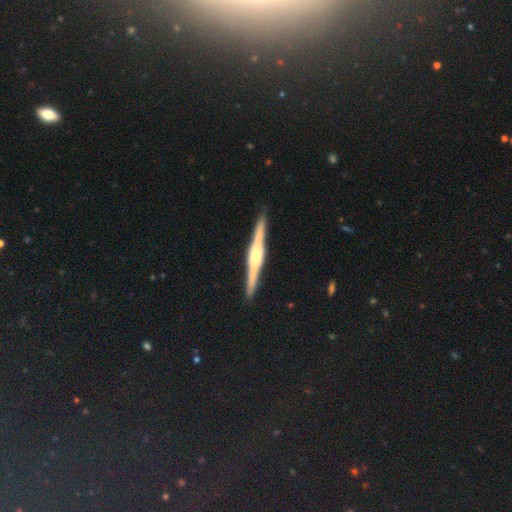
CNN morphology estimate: Overall: featured or disk (82%). Edge-on disk: yes (98%). Edge-on bulge: rounded (57%; boxy 37%). Merging: none (91%).